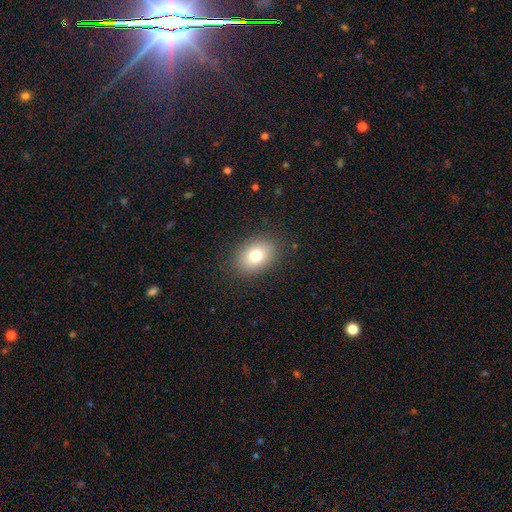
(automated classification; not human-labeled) Smooth or featured? smooth (79%)
How rounded? in between (75%)
Merging? none (86%)